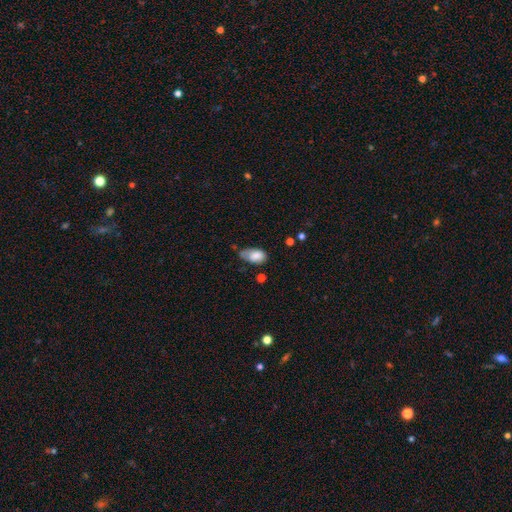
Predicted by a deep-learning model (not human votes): smooth_or_featured: smooth (p=0.81) [alt: featured or disk p=0.11]
how_rounded: in between (p=0.92) [alt: round p=0.05]
merging: minor disturbance (p=0.43) [alt: none p=0.37]